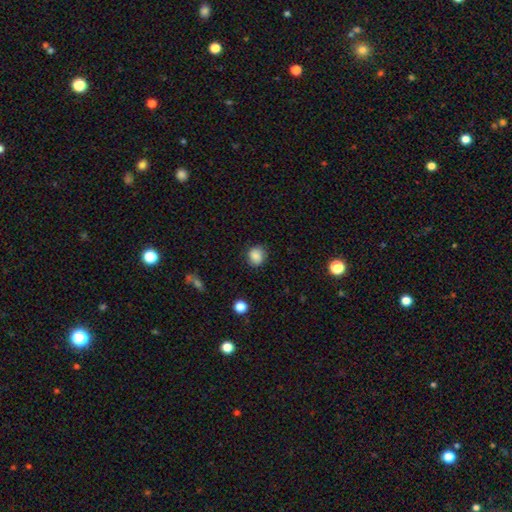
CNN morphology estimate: type=smooth (85%); roundness=round (75%); merging=none (80%).